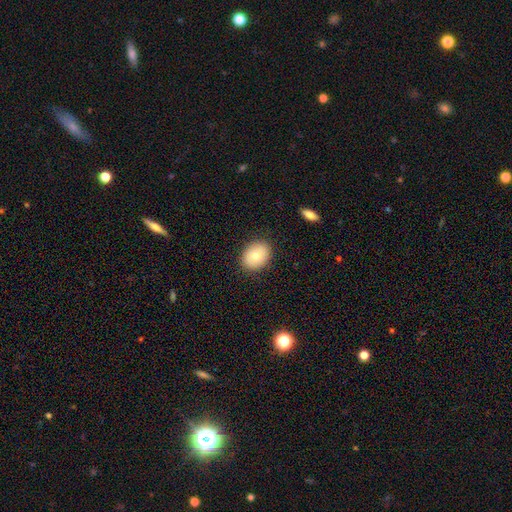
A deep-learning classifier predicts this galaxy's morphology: Smooth or featured?
  - smooth: 77% *
  - featured or disk: 15%
  - star or artifact: 8%
How rounded?
  - in between: 59% *
  - round: 40%
  - cigar-shaped: 1%
Merging?
  - none: 87% *
  - minor disturbance: 9%
  - major disturbance: 2%
  - merger: 1%